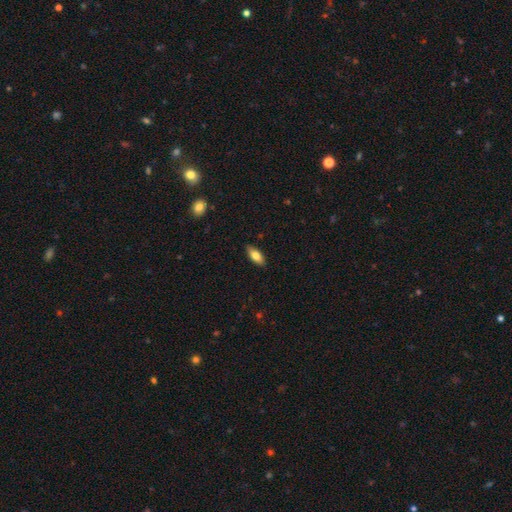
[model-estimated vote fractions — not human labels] A smooth galaxy with no disk features (78%) that is in between round and cigar-shaped (83%). Merging: none (88%).